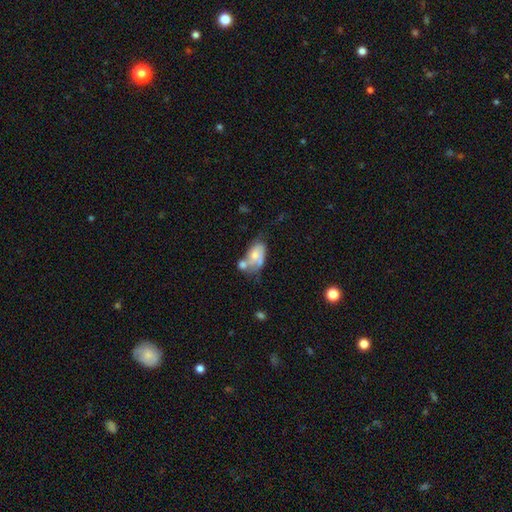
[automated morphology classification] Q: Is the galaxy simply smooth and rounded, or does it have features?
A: smooth — 47%.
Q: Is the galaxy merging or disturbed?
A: merger — 40%.